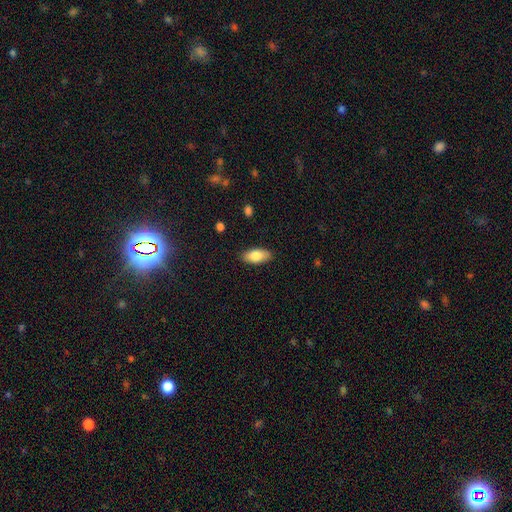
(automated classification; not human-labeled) The model was most divided on "smooth or featured": smooth: 81%, featured or disk: 13%, star or artifact: 6%. More confident: how rounded — in between (89%); merging — none (88%).